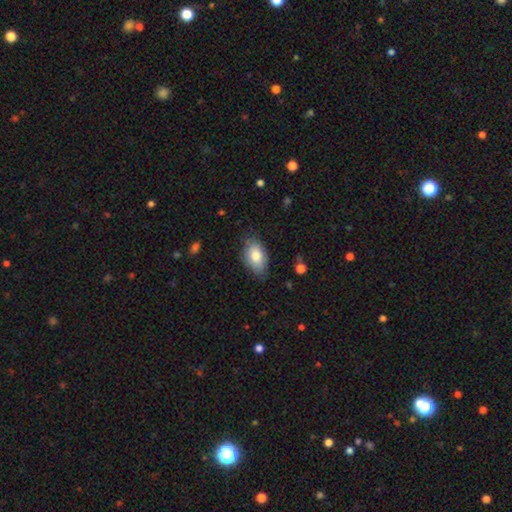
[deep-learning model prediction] A smooth galaxy with no disk features (78%) that is in between round and cigar-shaped (91%).

Vote fractions:
- Smooth or featured? smooth: 78% / featured or disk: 15% / star or artifact: 7%
- How rounded? in between: 91% / round: 7% / cigar-shaped: 2%
- Merging? none: 73% / minor disturbance: 22% / major disturbance: 4% / merger: 1%